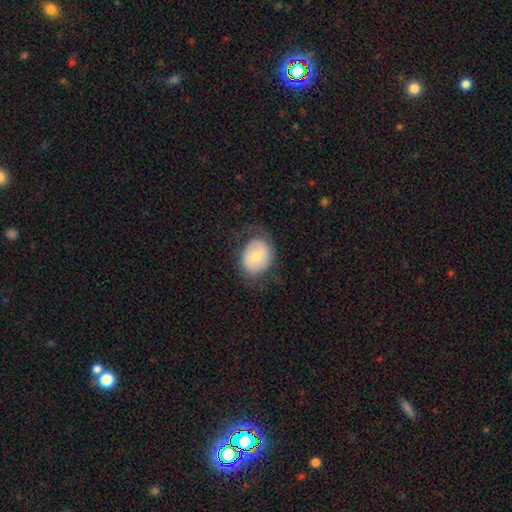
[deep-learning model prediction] smooth-or-featured: smooth: 57% | featured or disk: 37% | star or artifact: 7%
  how-rounded: in between: 53% | round: 46% | cigar-shaped: 1%
  merging: none: 61% | minor disturbance: 21% | major disturbance: 16% | merger: 1%